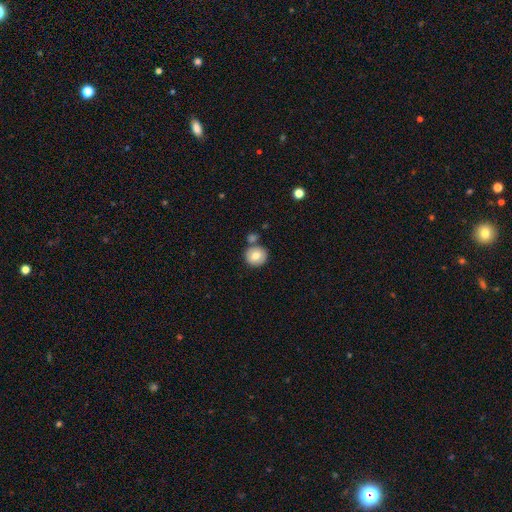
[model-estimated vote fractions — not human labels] The model was most divided on "merging": none: 73%, merger: 15%, minor disturbance: 9%, major disturbance: 2%. More confident: how rounded — round (92%); smooth or featured — smooth (79%).